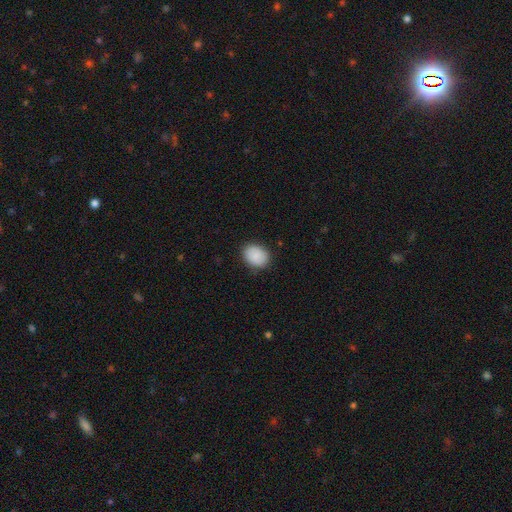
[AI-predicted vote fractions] Q: Smooth or featured?
A: smooth (90%); runner-up: star or artifact (7%)
Q: How rounded?
A: in between (62%); runner-up: round (37%)
Q: Merging?
A: none (86%); runner-up: minor disturbance (10%)